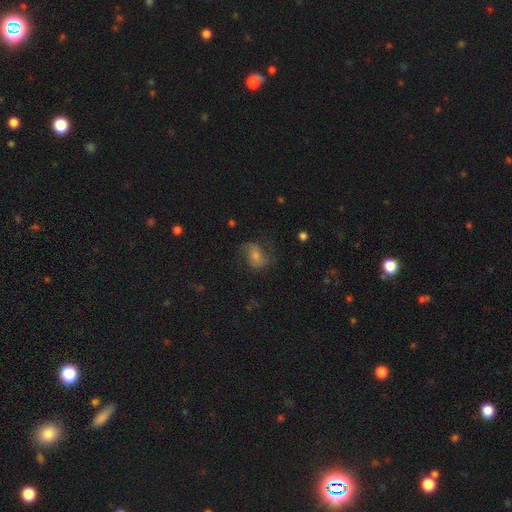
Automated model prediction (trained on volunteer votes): Overall: featured or disk (55%; smooth 30%). Edge-on disk: no (96%). Bar: no (56%; weak 34%). Spiral arms: yes (88%). Bulge size: small (44%; moderate 42%). Merging: none (64%).